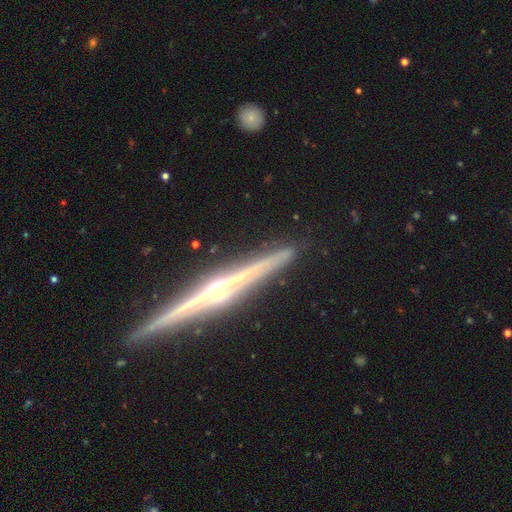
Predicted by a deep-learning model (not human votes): Overall: featured or disk (88%). Edge-on disk: yes (98%). Edge-on bulge: rounded (91%). Merging: none (90%).